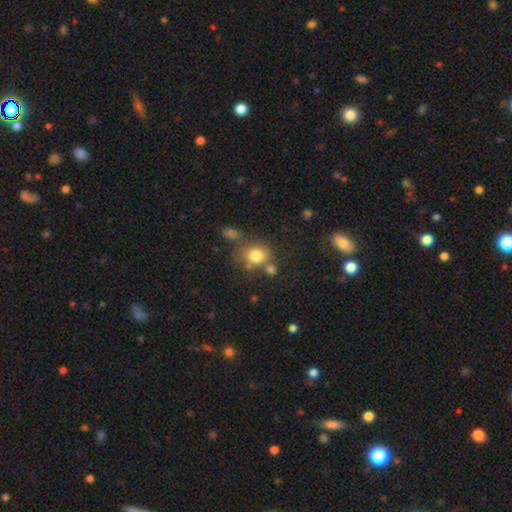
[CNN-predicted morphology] Smooth or featured?
  - smooth: 78% *
  - star or artifact: 11%
  - featured or disk: 10%
How rounded?
  - round: 61% *
  - in between: 38%
  - cigar-shaped: 1%
Merging?
  - none: 58% *
  - merger: 19%
  - minor disturbance: 16%
  - major disturbance: 7%